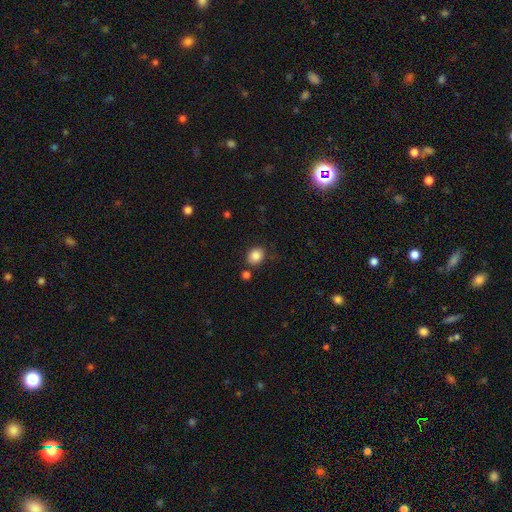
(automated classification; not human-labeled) smooth 85%, star or artifact 9%, featured or disk 6%. Down the decision tree: how rounded — round (58%); merging — none (77%).